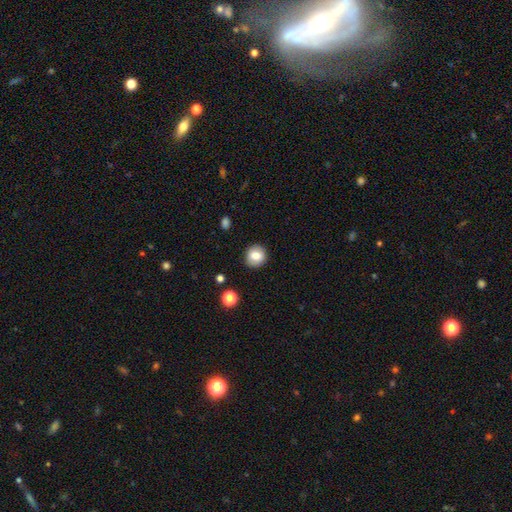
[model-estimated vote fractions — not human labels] A smooth galaxy with no disk features (80%) that is round (86%).

Vote fractions:
- Smooth or featured? smooth: 80% / featured or disk: 11% / star or artifact: 9%
- How rounded? round: 86% / in between: 13% / cigar-shaped: 1%
- Merging? none: 89% / minor disturbance: 8% / major disturbance: 2% / merger: 1%